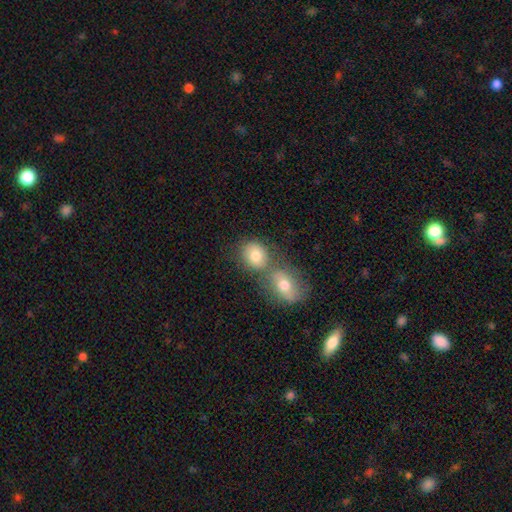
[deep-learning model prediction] smooth 77%, featured or disk 13%, star or artifact 10%. Down the decision tree: how rounded — round (59%); merging — merger (48%).